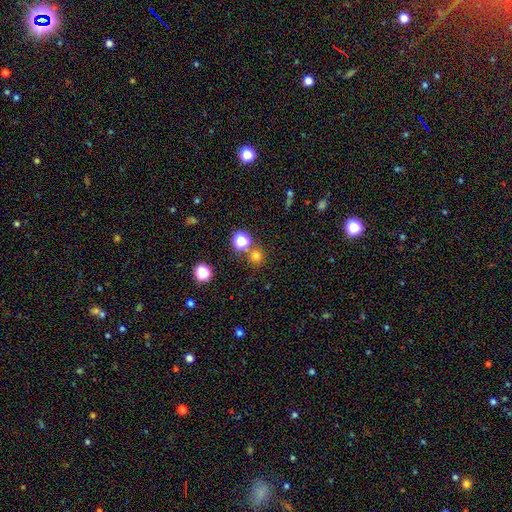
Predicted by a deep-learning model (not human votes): This is likely a smooth galaxy (69%). How rounded: clearly round (92%). Merging: likely none (72%).